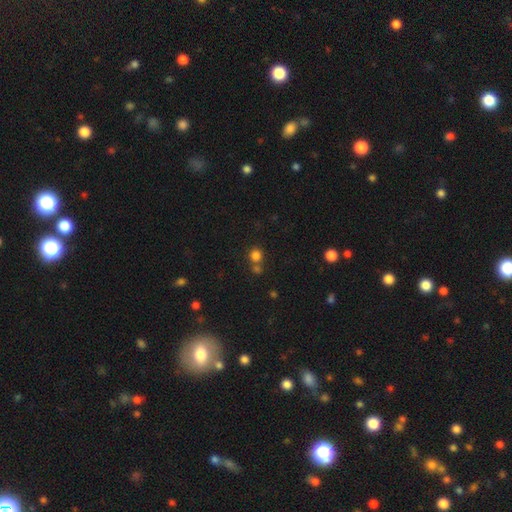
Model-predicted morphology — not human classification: This appears to be a smooth galaxy with no disk features (78%) that is round (91%). Merging: none (62%).